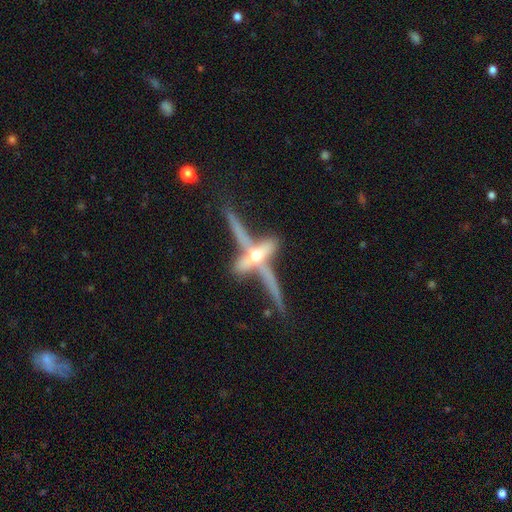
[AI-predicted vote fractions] This appears to be a featured or disk galaxy (75%) viewed edge-on (90%) with a rounded central bulge (89%). Merging: none (57%).